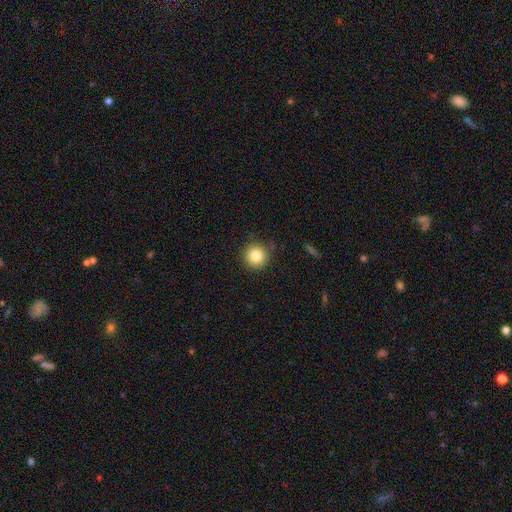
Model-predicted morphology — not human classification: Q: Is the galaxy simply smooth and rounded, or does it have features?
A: smooth — 83%.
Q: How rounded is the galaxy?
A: round — 95%.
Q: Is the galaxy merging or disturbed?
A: none — 88%.